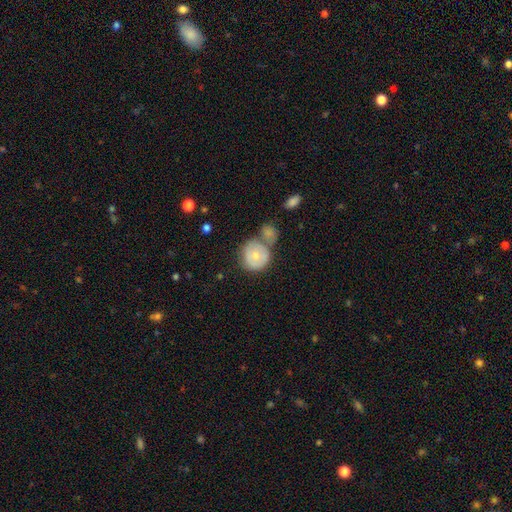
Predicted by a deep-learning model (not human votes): This is likely a smooth galaxy (67%). How rounded: clearly round (88%). Merging: marginally none (44%).